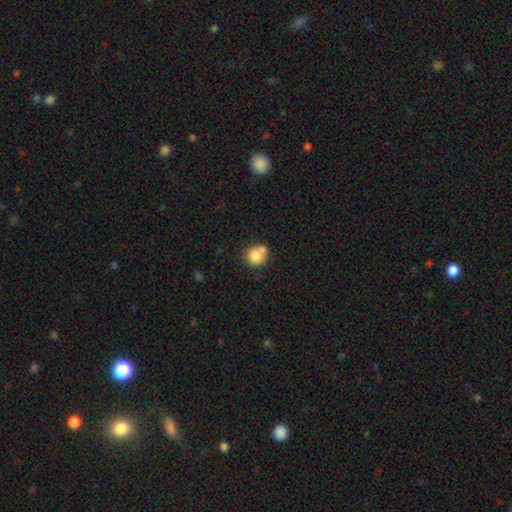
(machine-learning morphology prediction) Smooth or featured?
  - smooth: 79% *
  - featured or disk: 11%
  - star or artifact: 9%
How rounded?
  - round: 83% *
  - in between: 16%
  - cigar-shaped: 1%
Merging?
  - none: 45% *
  - merger: 37%
  - minor disturbance: 14%
  - major disturbance: 4%